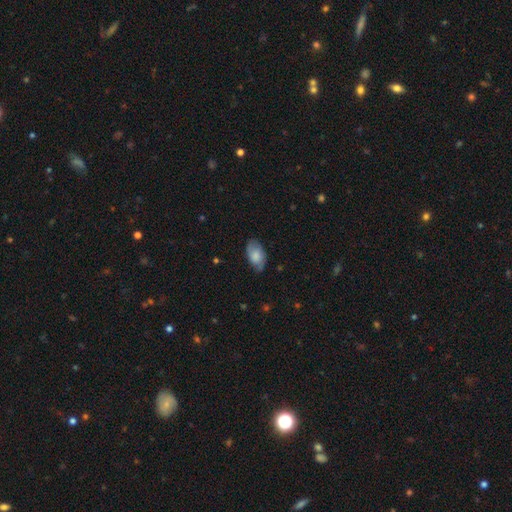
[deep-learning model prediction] Smooth or featured: smooth — 63% (featured or disk — 30%)
How rounded: in between — 93% (round — 5%)
Merging: none — 69% (minor disturbance — 24%)